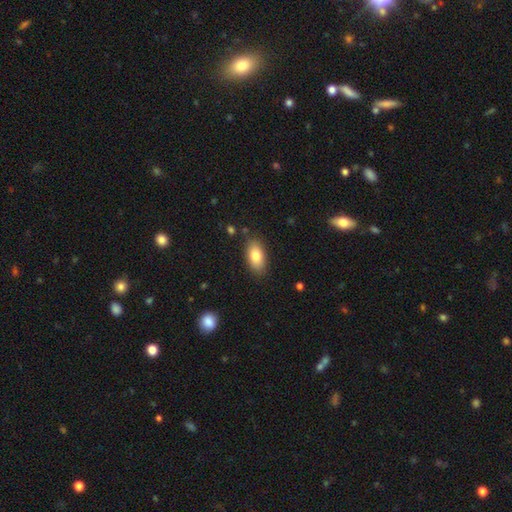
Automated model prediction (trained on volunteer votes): This appears to be a smooth galaxy with no disk features (81%) that is in between round and cigar-shaped (91%). Merging: none (85%).